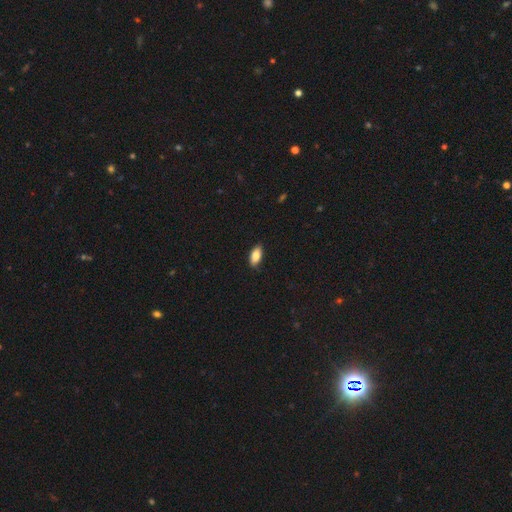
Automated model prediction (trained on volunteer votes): smooth 84%, featured or disk 10%, star or artifact 7%. Down the decision tree: how rounded — in between (89%); merging — none (87%).